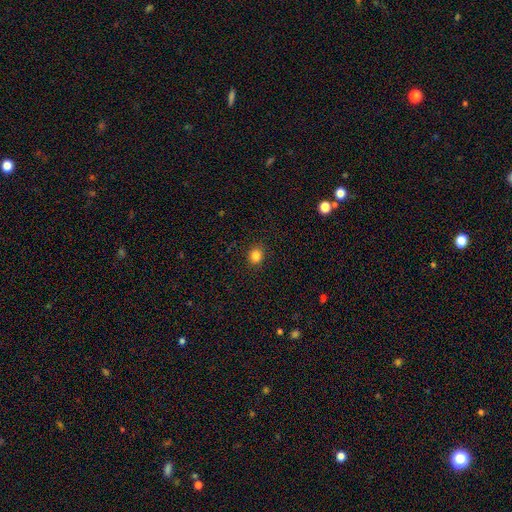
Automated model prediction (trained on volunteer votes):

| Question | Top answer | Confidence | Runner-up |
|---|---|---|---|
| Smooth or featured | smooth | 84% | star or artifact (12%) |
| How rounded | round | 71% | in between (28%) |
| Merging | none | 90% | minor disturbance (7%) |